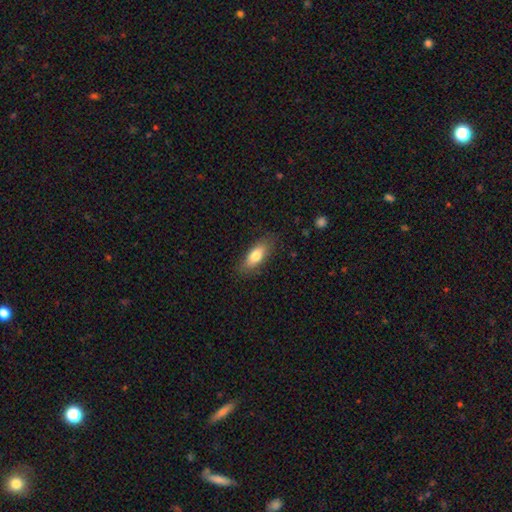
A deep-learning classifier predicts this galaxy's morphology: smooth_or_featured: smooth (p=0.78) [alt: featured or disk p=0.15]
how_rounded: in between (p=0.75) [alt: cigar-shaped p=0.23]
merging: none (p=0.81) [alt: minor disturbance p=0.14]